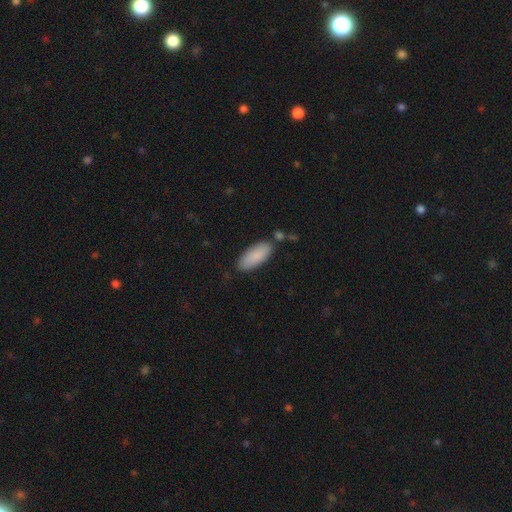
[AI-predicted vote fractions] Smooth or featured? smooth (87%)
How rounded? in between (79%)
Merging? none (78%)